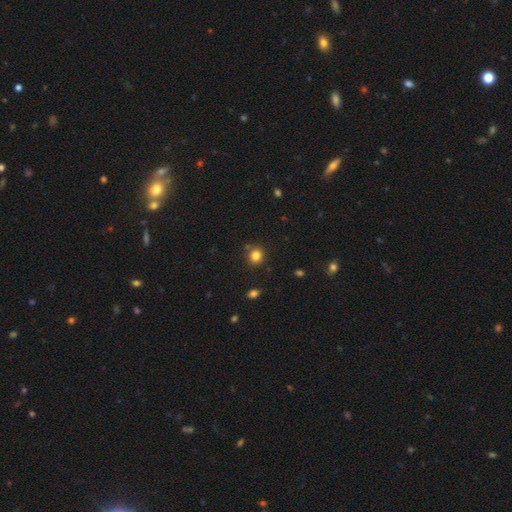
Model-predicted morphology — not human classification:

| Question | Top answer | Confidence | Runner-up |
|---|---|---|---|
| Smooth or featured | smooth | 81% | star or artifact (14%) |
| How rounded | round | 85% | in between (14%) |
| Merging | none | 82% | minor disturbance (9%) |